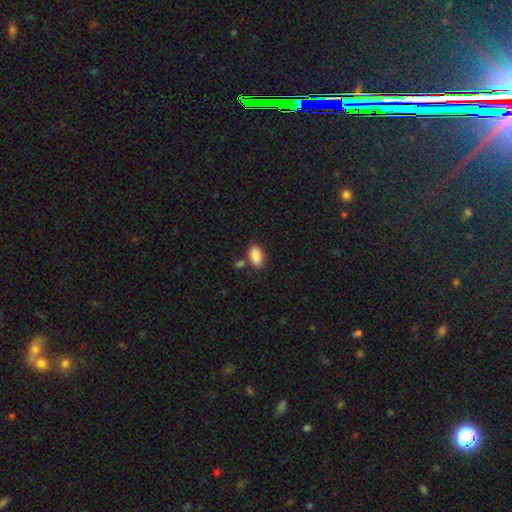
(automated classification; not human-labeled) Smooth or featured? smooth (89%)
How rounded? in between (92%)
Merging? none (69%)